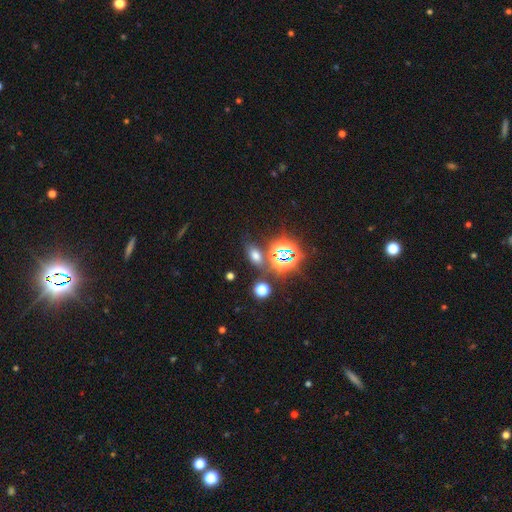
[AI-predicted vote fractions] smooth 53%, star or artifact 37%, featured or disk 10%. Down the decision tree: how rounded — in between (79%); merging — none (75%).